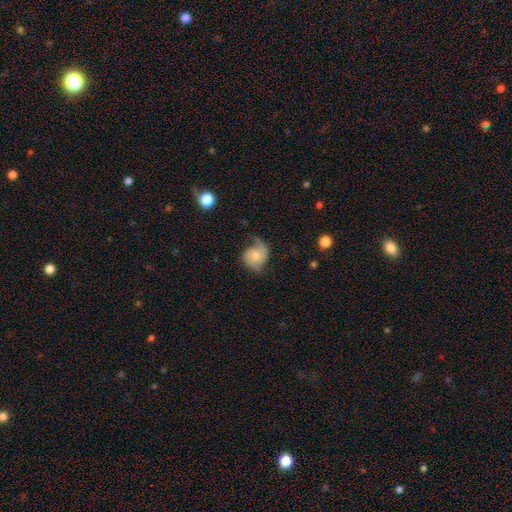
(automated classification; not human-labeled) A featured or disk galaxy (65%) with no bar (71%), 2 (48%) loose (40%) spiral arms (93%) and a moderate central bulge (48%).

Vote fractions:
- Smooth or featured? featured or disk: 65% / smooth: 29% / star or artifact: 7%
- Edge-on disk? no: 98% / yes: 2%
- Bar? no: 71% / weak: 25% / strong: 4%
- Spiral arms? yes: 93% / no: 7%
- Spiral winding? loose: 40% / medium: 38% / tight: 23%
- Spiral arm count? 2: 48% / 1: 43% / can't tell: 5% / 3: 2% / 4: 1% / more than 4: 1%
- Bulge size? moderate: 48% / small: 37% / none: 7% / large: 6% / dominant: 2%
- Merging? none: 45% / minor disturbance: 28% / major disturbance: 25% / merger: 2%